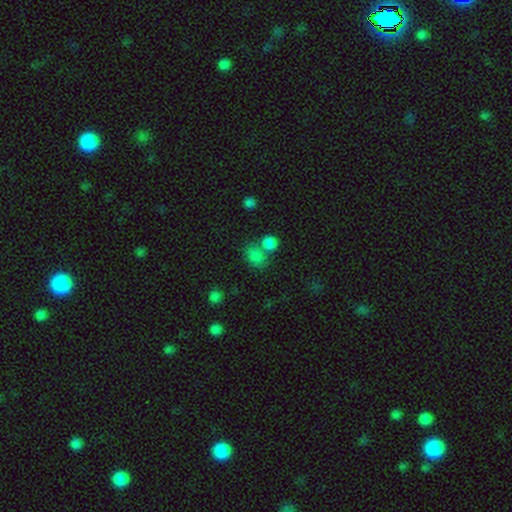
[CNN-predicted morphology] Q: Smooth or featured?
A: smooth (79%); runner-up: star or artifact (15%)
Q: How rounded?
A: in between (50%); runner-up: round (49%)
Q: Merging?
A: none (50%); runner-up: merger (34%)